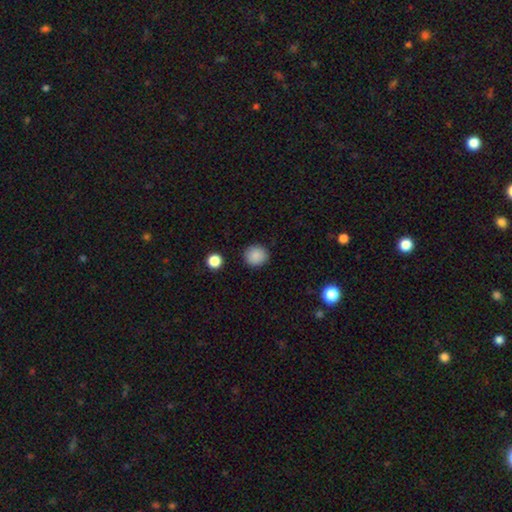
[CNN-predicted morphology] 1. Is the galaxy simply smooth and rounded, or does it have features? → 88% smooth, 9% star or artifact, 3% featured or disk.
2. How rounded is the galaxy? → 89% round, 10% in between, 1% cigar-shaped.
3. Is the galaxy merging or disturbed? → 90% none, 6% minor disturbance, 2% major disturbance, 1% merger.